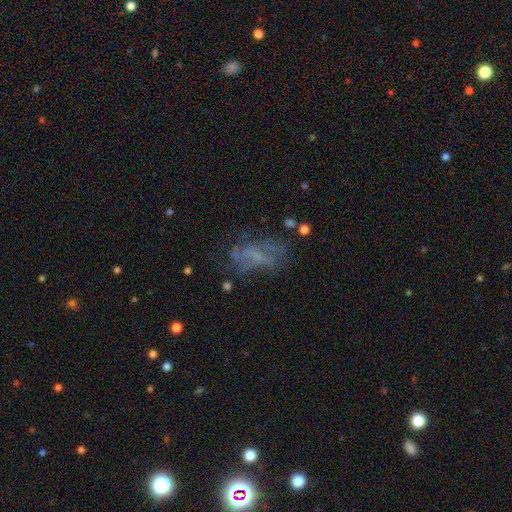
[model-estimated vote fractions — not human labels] smooth_or_featured: featured or disk (p=0.47) [alt: smooth p=0.33]
merging: none (p=0.50) [alt: major disturbance p=0.25]